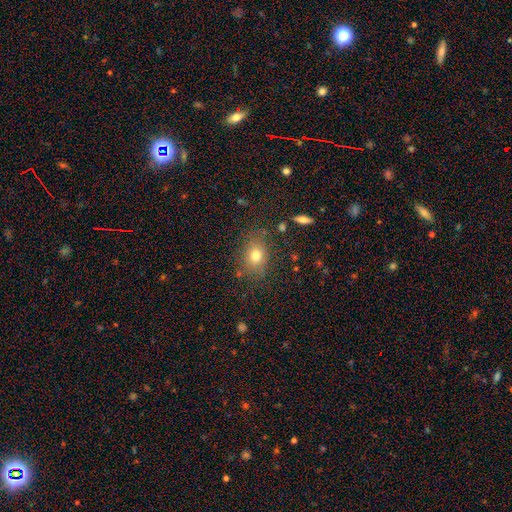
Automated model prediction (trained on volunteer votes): smooth-or-featured: smooth: 75% | star or artifact: 13% | featured or disk: 11%
  how-rounded: in between: 58% | round: 41% | cigar-shaped: 1%
  merging: none: 79% | minor disturbance: 13% | major disturbance: 5% | merger: 3%